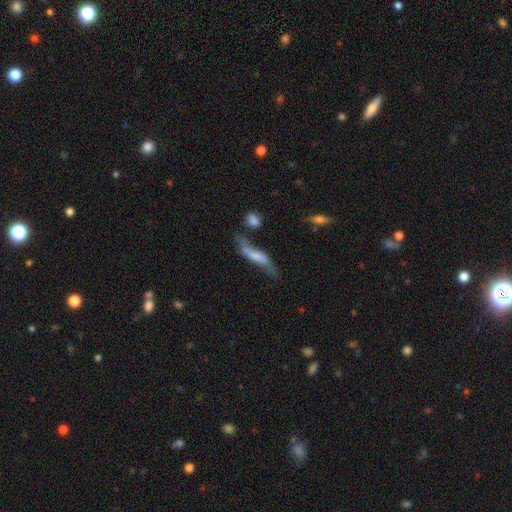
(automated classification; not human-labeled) smooth 48%, featured or disk 45%, star or artifact 8%. Down the decision tree: merging — none (38%).